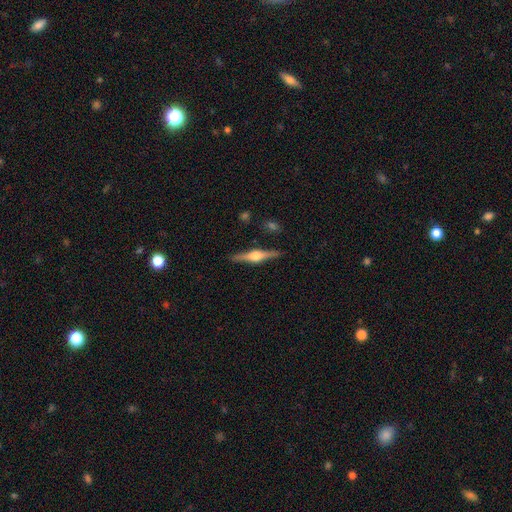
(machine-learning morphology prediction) Smooth or featured: featured or disk — 79% (smooth — 16%)
Edge-on disk: yes — 98% (no — 2%)
Edge-on bulge: rounded — 93% (boxy — 5%)
Merging: none — 90% (minor disturbance — 7%)